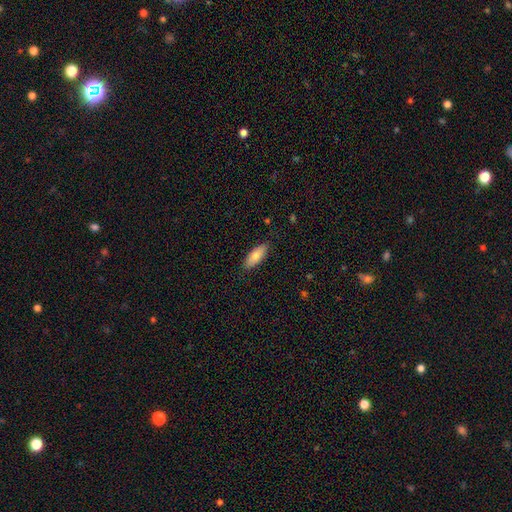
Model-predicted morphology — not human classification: type=smooth (81%); roundness=in between (73%); merging=none (87%).